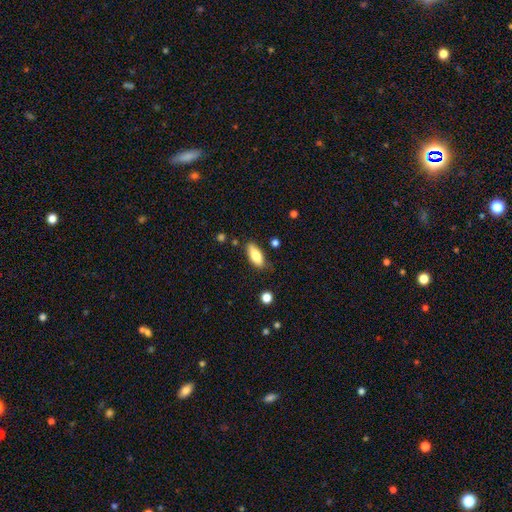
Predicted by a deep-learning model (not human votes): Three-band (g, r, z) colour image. It shows a smooth galaxy with no disk features (79%) that is in between round and cigar-shaped (80%). Merging: none (78%).